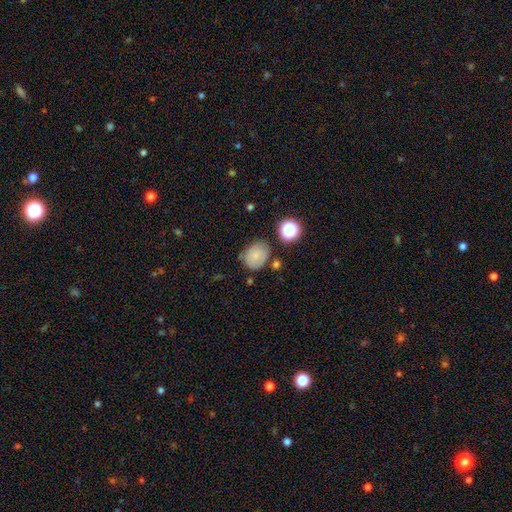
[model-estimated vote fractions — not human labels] smooth-or-featured: smooth: 73% | featured or disk: 15% | star or artifact: 12%
  how-rounded: round: 55% | in between: 44% | cigar-shaped: 1%
  merging: none: 70% | minor disturbance: 19% | merger: 6% | major disturbance: 5%